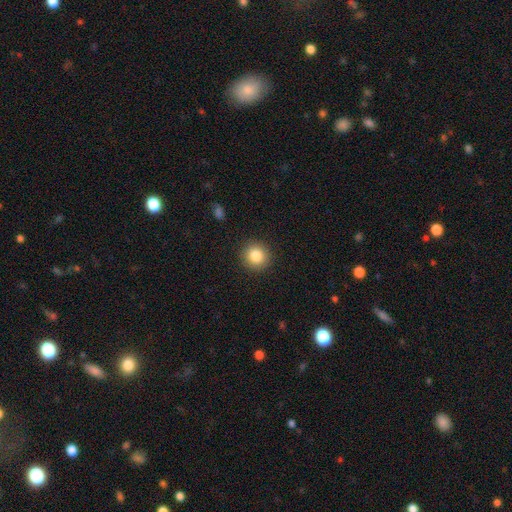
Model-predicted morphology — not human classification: Smooth or featured?
  - smooth: 84% *
  - star or artifact: 10%
  - featured or disk: 6%
How rounded?
  - round: 92% *
  - in between: 7%
  - cigar-shaped: 1%
Merging?
  - none: 91% *
  - minor disturbance: 6%
  - major disturbance: 2%
  - merger: 1%